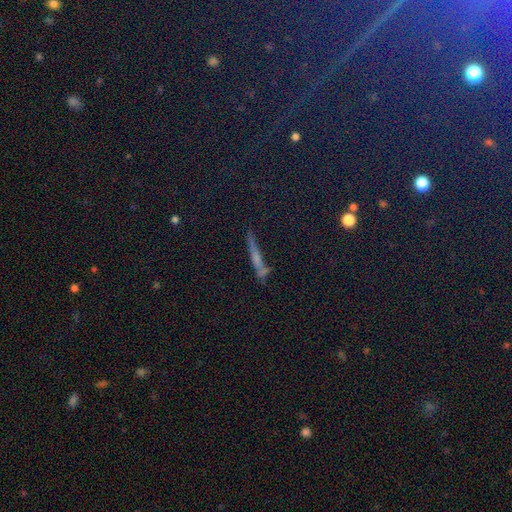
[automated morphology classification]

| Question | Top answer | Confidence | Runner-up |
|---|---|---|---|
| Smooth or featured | smooth | 41% | featured or disk (32%) |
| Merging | none | 68% | minor disturbance (18%) |